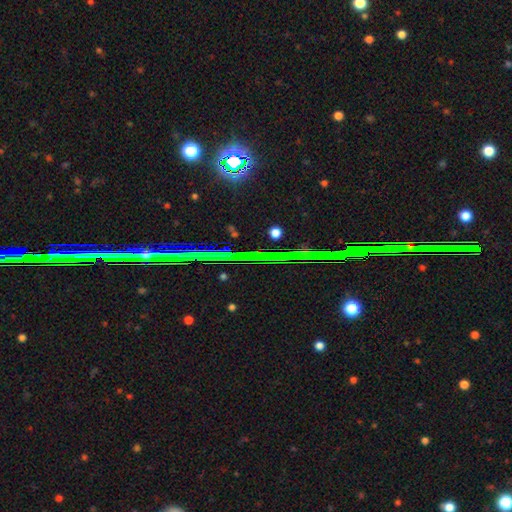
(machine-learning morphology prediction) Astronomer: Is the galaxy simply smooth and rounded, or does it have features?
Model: star or artifact — 80%.